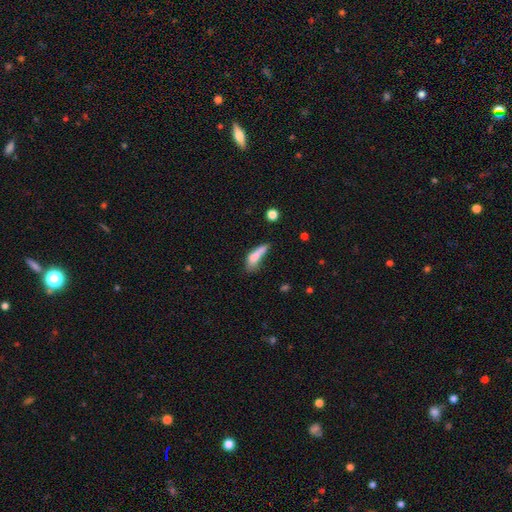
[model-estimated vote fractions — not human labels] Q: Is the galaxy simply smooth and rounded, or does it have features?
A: smooth — 73%.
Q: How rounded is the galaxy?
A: cigar-shaped — 51%.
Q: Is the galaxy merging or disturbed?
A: none — 29%, tied with minor disturbance.